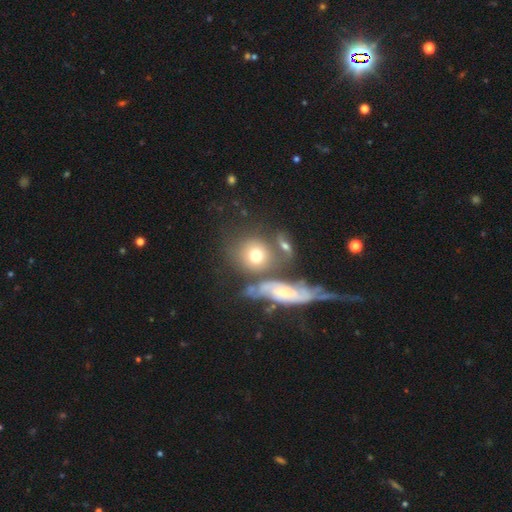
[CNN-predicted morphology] Q: Smooth or featured?
A: smooth (64%); runner-up: featured or disk (26%)
Q: How rounded?
A: round (76%); runner-up: in between (21%)
Q: Merging?
A: none (47%); runner-up: merger (31%)